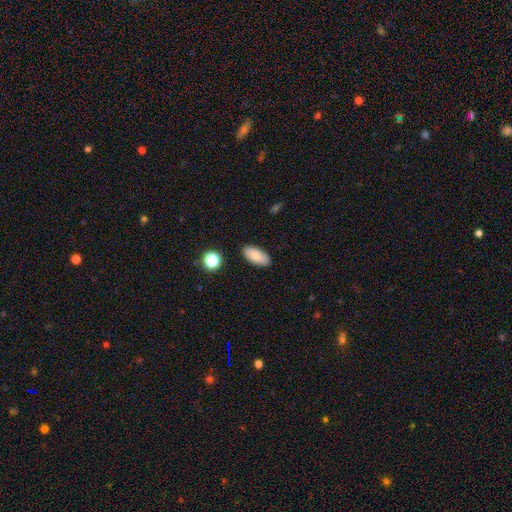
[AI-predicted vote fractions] Smooth or featured: smooth — 80% (featured or disk — 12%)
How rounded: in between — 90% (cigar-shaped — 6%)
Merging: none — 88% (minor disturbance — 9%)